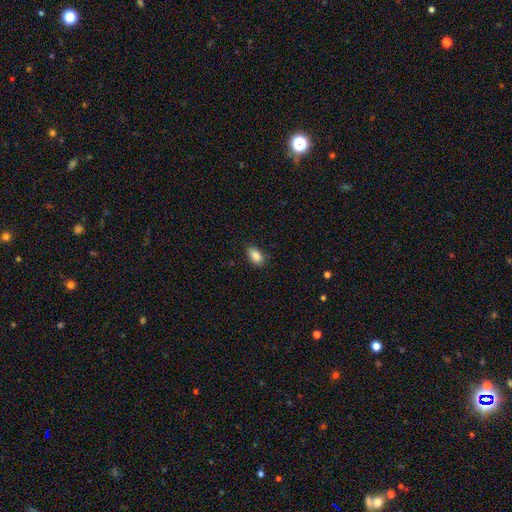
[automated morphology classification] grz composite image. It shows a smooth galaxy with no disk features (87%) that is in between round and cigar-shaped (90%). Merging: none (81%).